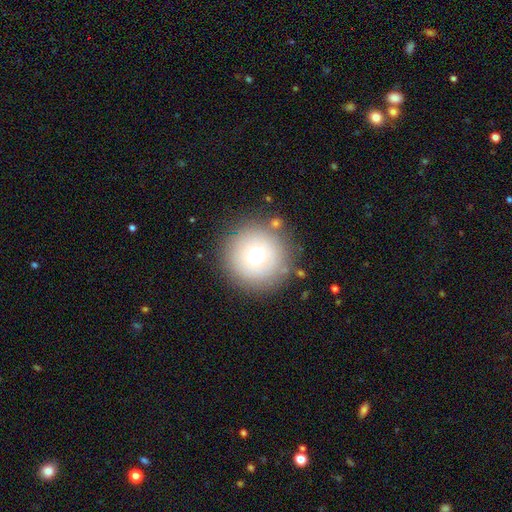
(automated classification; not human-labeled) smooth-or-featured: smooth: 71% | featured or disk: 15% | star or artifact: 14%
  how-rounded: round: 96% | in between: 3% | cigar-shaped: 1%
  merging: none: 84% | minor disturbance: 8% | major disturbance: 4% | merger: 3%